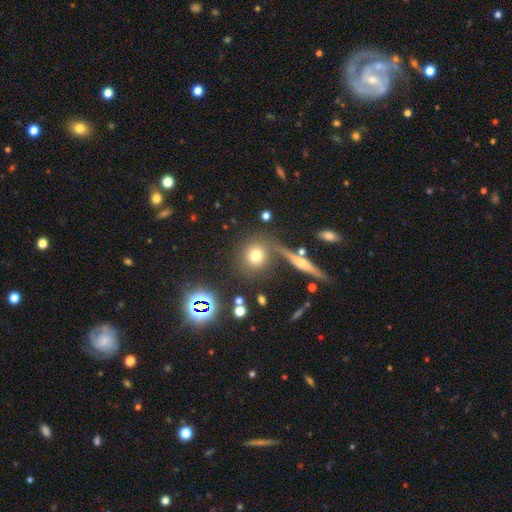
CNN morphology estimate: This is likely a smooth galaxy (70%). How rounded: clearly round (88%). Merging: likely none (76%).